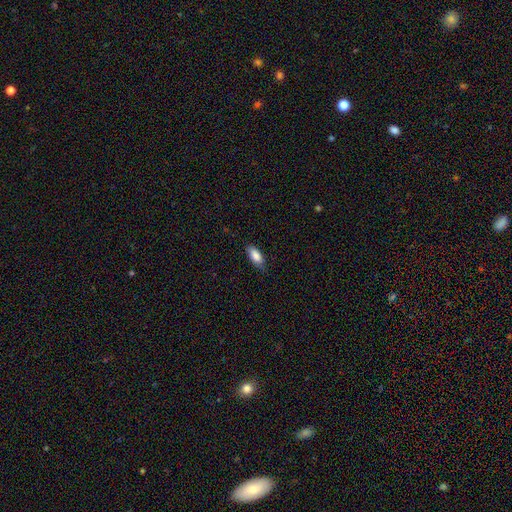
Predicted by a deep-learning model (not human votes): This is clearly a smooth galaxy (86%). How rounded: clearly in between (85%). Merging: likely none (76%).